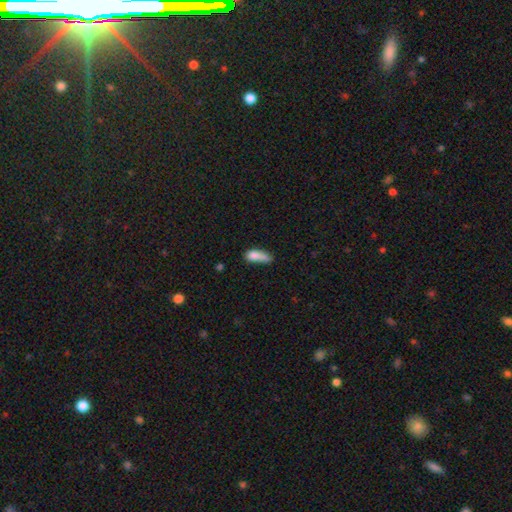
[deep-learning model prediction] Q: Smooth or featured?
A: smooth (79%); runner-up: featured or disk (12%)
Q: How rounded?
A: in between (61%); runner-up: cigar-shaped (34%)
Q: Merging?
A: none (35%); runner-up: minor disturbance (34%)